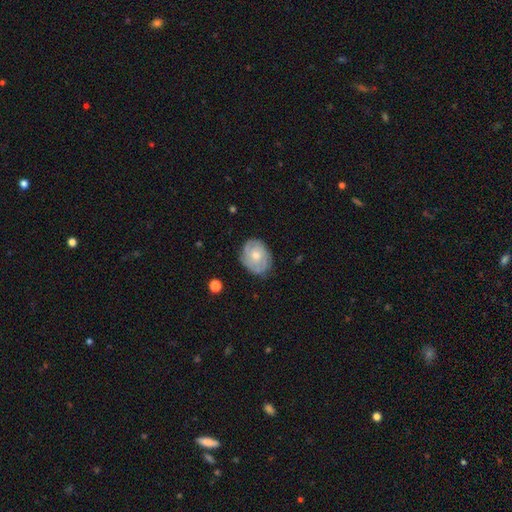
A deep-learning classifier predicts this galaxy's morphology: smooth_or_featured: featured or disk (p=0.70) [alt: smooth p=0.25]
disk_edge_on: no (p=0.97) [alt: yes p=0.03]
bar: no (p=0.78) [alt: weak p=0.20]
has_spiral_arms: yes (p=0.88) [alt: no p=0.12]
spiral_winding: tight (p=0.64) [alt: medium p=0.29]
spiral_arm_count: can't tell (p=0.33) [alt: 3 p=0.26]
bulge_size: moderate (p=0.60) [alt: small p=0.33]
merging: none (p=0.76) [alt: minor disturbance p=0.18]